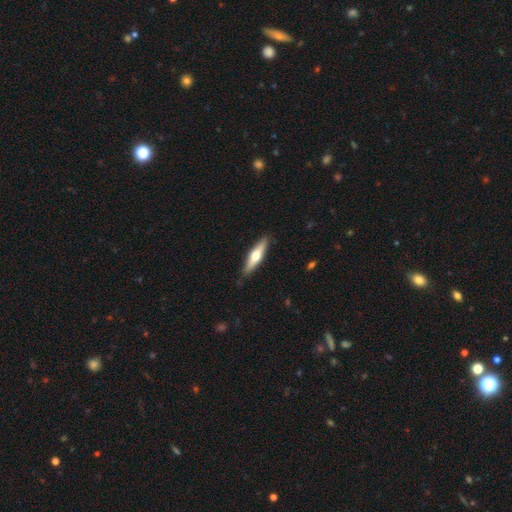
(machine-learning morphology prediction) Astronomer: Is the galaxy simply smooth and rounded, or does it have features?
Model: smooth — 49% (runner-up: featured or disk, 46%).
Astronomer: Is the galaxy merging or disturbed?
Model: none — 88%.